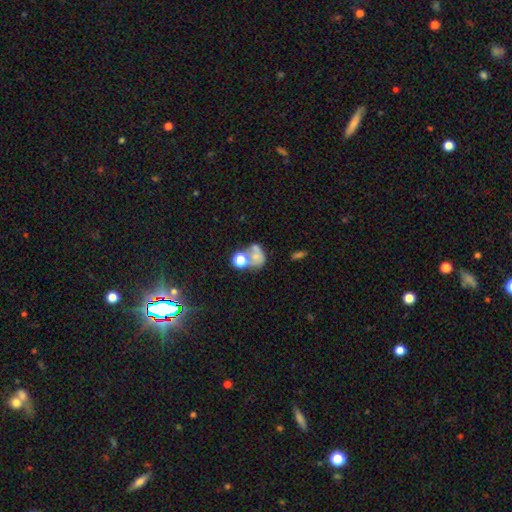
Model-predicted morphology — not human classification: Q: Smooth or featured?
A: smooth (57%); runner-up: featured or disk (26%)
Q: How rounded?
A: in between (50%); runner-up: round (49%)
Q: Merging?
A: merger (47%); runner-up: none (24%)